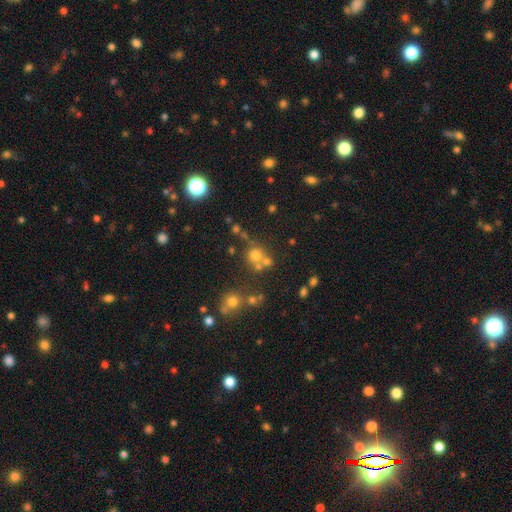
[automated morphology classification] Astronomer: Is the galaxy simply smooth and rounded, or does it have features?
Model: smooth — 62%.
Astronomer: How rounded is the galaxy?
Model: round — 88%.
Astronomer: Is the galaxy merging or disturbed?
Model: none — 58%.